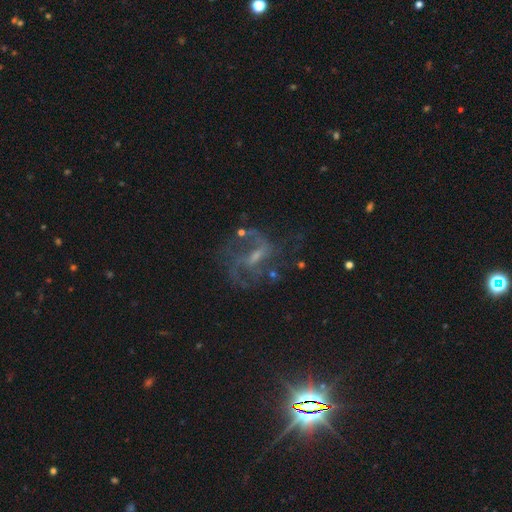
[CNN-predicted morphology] Smooth or featured? featured or disk (70%)
Edge-on disk? no (95%)
Bar? weak (49%)
Spiral arms? yes (84%)
Spiral winding? loose (46%)
Spiral arm count? 2 (59%)
Bulge size? small (54%)
Merging? none (57%)